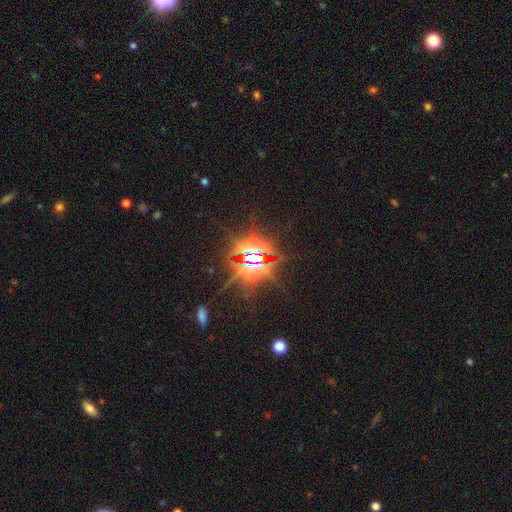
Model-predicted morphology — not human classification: smooth_or_featured: star or artifact (p=0.84) [alt: featured or disk p=0.09]